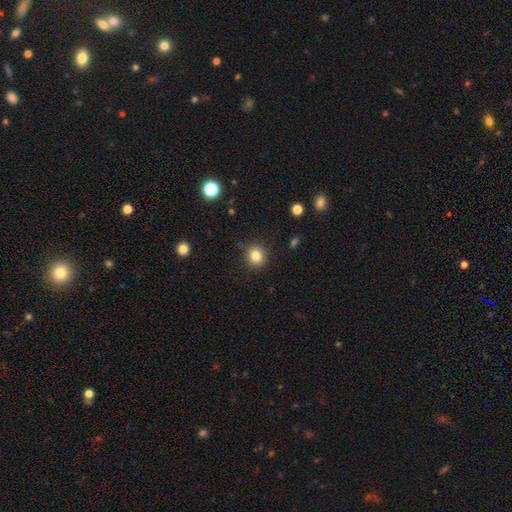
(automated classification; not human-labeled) A smooth galaxy with no disk features (83%) that is round (83%). Merging: none (88%).